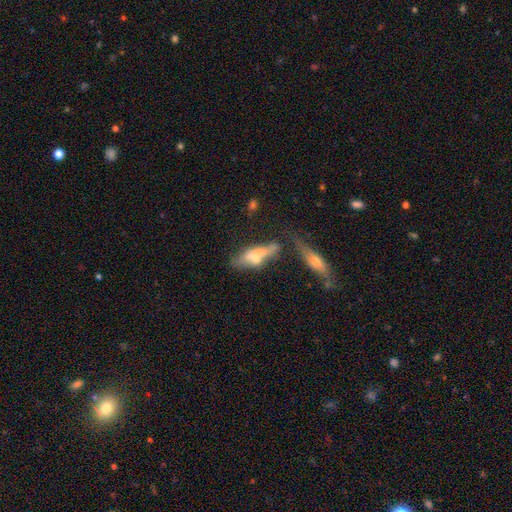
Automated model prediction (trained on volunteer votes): The model was most divided on "merging": none: 38%, merger: 27%, minor disturbance: 21%, major disturbance: 14%. More confident: how rounded — cigar-shaped (54%); smooth or featured — smooth (53%).